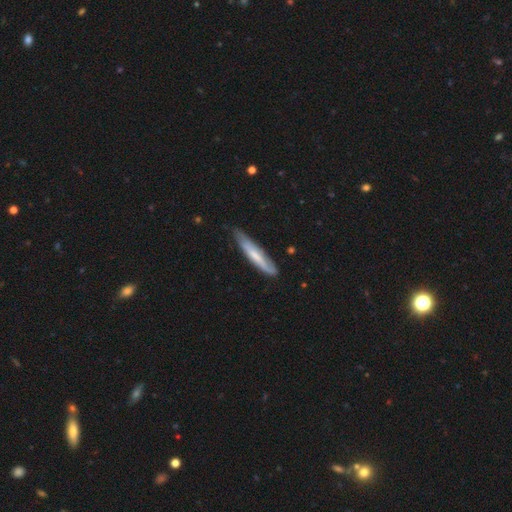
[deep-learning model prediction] Overall: smooth (50%; featured or disk 45%). Merging: none (68%).